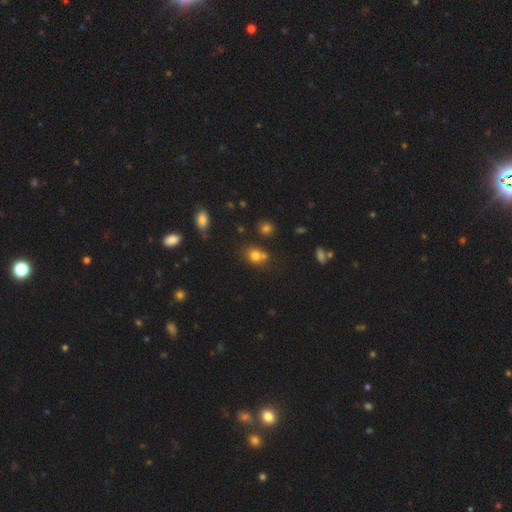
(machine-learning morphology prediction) smooth-or-featured: smooth: 75% | star or artifact: 15% | featured or disk: 10%
  how-rounded: round: 65% | in between: 33% | cigar-shaped: 1%
  merging: none: 52% | merger: 30% | minor disturbance: 14% | major disturbance: 5%